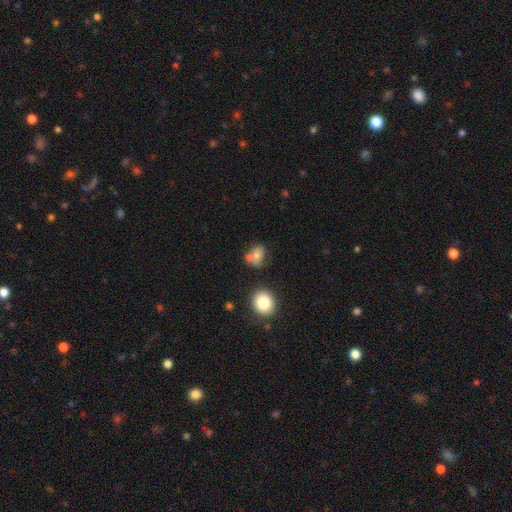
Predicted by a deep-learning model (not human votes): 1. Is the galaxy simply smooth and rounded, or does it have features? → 73% smooth, 14% featured or disk, 12% star or artifact.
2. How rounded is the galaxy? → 51% round, 48% in between, 2% cigar-shaped.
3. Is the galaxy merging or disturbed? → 51% none, 24% merger, 18% minor disturbance, 7% major disturbance.